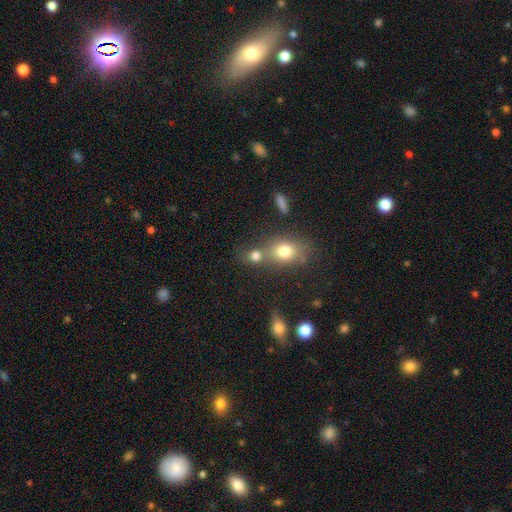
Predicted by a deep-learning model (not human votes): This is likely a smooth galaxy (75%). How rounded: likely round (64%). Merging: possibly none (46%).